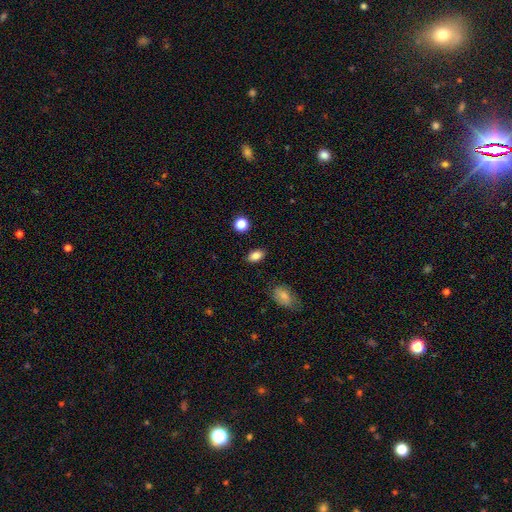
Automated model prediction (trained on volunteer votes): Smooth or featured?
  - smooth: 85% *
  - star or artifact: 9%
  - featured or disk: 6%
How rounded?
  - in between: 87% *
  - round: 11%
  - cigar-shaped: 2%
Merging?
  - none: 88% *
  - minor disturbance: 9%
  - major disturbance: 2%
  - merger: 1%